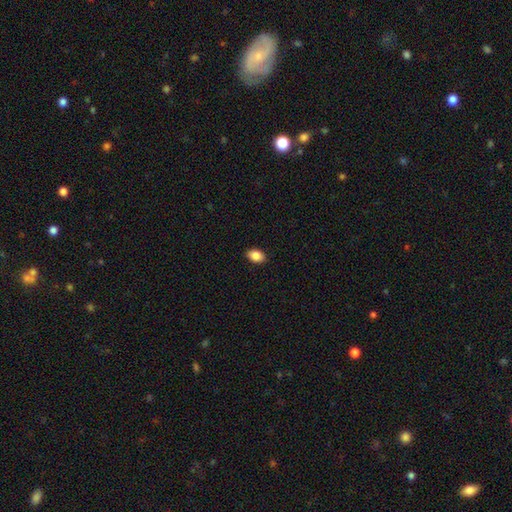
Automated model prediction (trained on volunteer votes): This is clearly a smooth galaxy (87%). How rounded: clearly in between (86%). Merging: clearly none (90%).